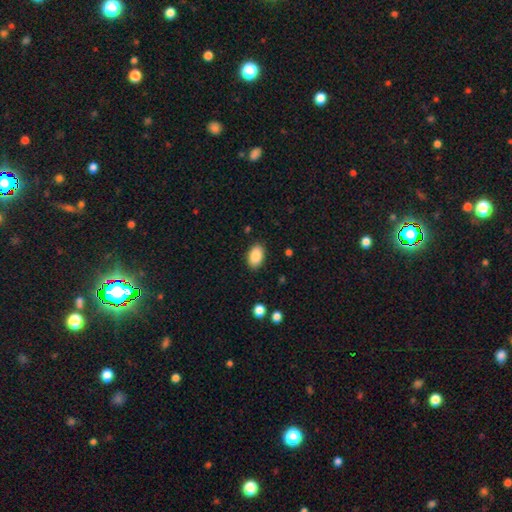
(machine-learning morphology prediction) Smooth or featured? Predicted: smooth (p=0.89). How rounded? Predicted: in between (p=0.92). Merging? Predicted: none (p=0.88).